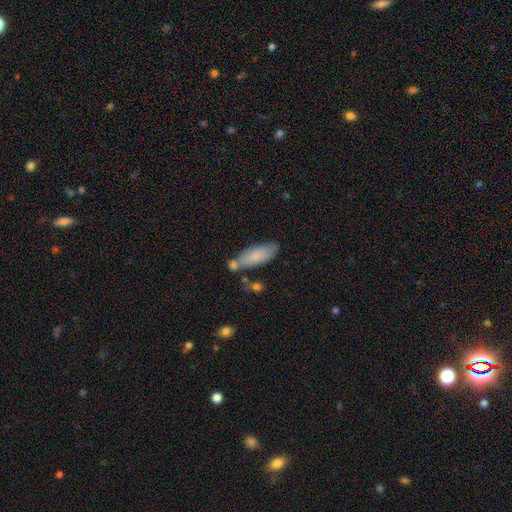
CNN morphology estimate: Smooth or featured? Predicted: smooth (p=0.79). How rounded? Predicted: in between (p=0.71). Merging? Predicted: none (p=0.60).